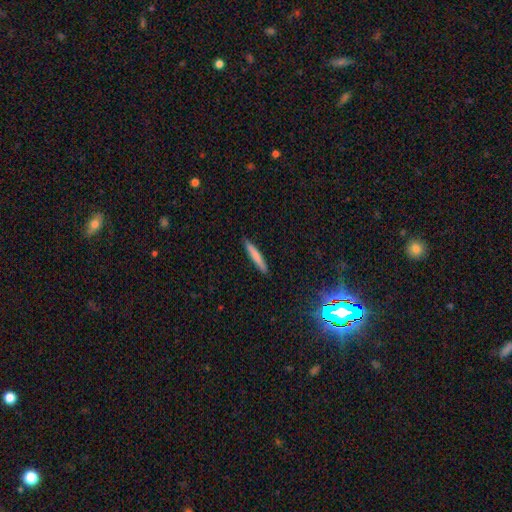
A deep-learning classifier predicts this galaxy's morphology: smooth 74%, featured or disk 19%, star or artifact 6%. Down the decision tree: how rounded — cigar-shaped (95%); merging — none (90%).